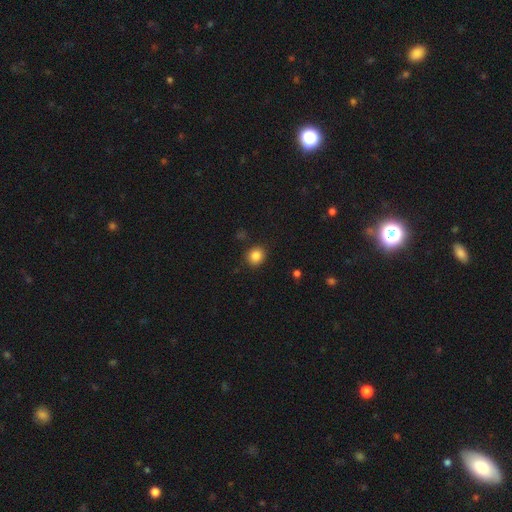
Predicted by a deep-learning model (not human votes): Overall: smooth (85%). How rounded: round (80%). Merging: none (88%).